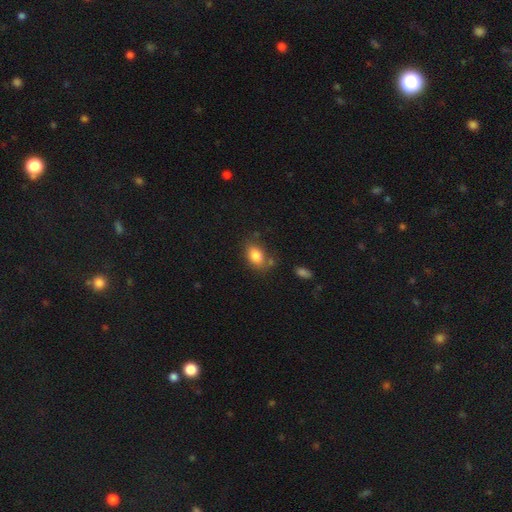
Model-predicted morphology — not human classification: Smooth or featured? smooth (84%)
How rounded? in between (78%)
Merging? none (66%)